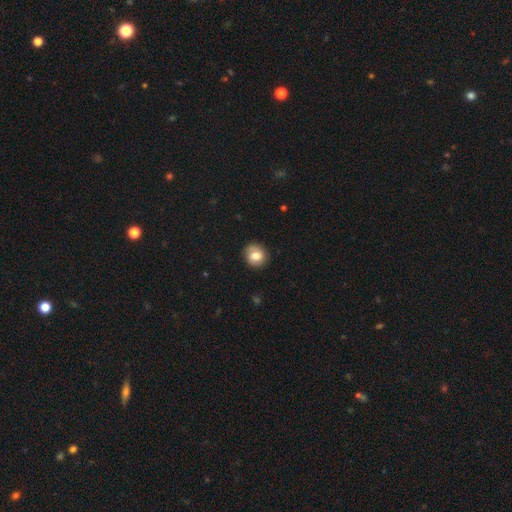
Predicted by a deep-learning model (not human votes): Smooth or featured: smooth — 75% (featured or disk — 16%)
How rounded: round — 84% (in between — 15%)
Merging: none — 82% (minor disturbance — 14%)